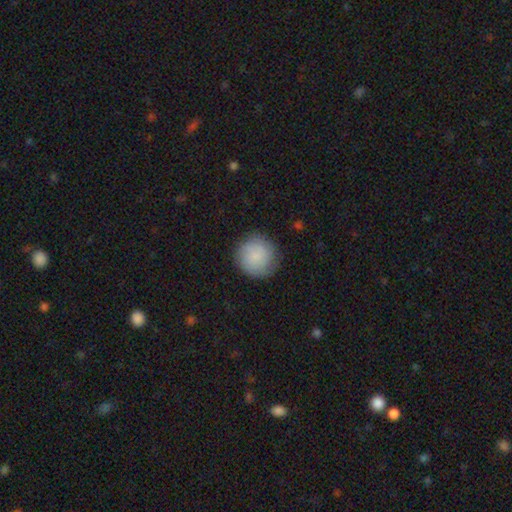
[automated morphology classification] Smooth or featured?
  - smooth: 82% *
  - featured or disk: 12%
  - star or artifact: 7%
How rounded?
  - round: 94% *
  - in between: 5%
  - cigar-shaped: 1%
Merging?
  - none: 84% *
  - minor disturbance: 11%
  - major disturbance: 3%
  - merger: 1%